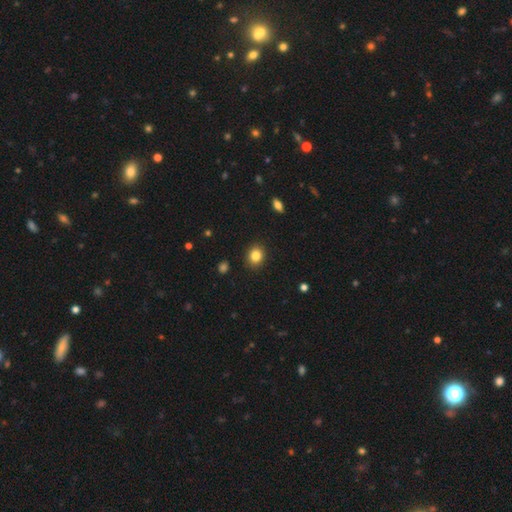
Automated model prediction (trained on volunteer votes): smooth 85%, star or artifact 10%, featured or disk 5%. Down the decision tree: how rounded — round (62%); merging — none (89%).